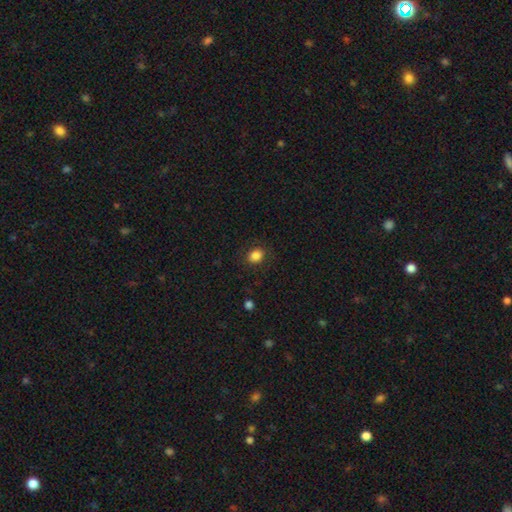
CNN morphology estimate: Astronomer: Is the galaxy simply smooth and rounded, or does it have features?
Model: smooth — 85%.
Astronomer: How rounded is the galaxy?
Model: round — 51% (runner-up: in between, 48%).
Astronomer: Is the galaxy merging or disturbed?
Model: none — 85%.